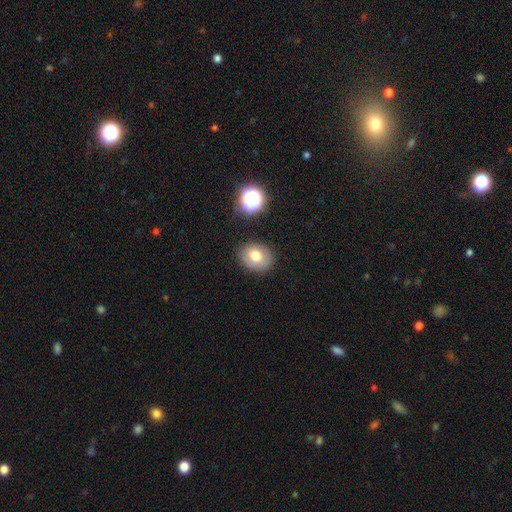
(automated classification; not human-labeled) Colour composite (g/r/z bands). It shows a smooth galaxy with no disk features (75%) that is round (50%). Merging: none (85%).